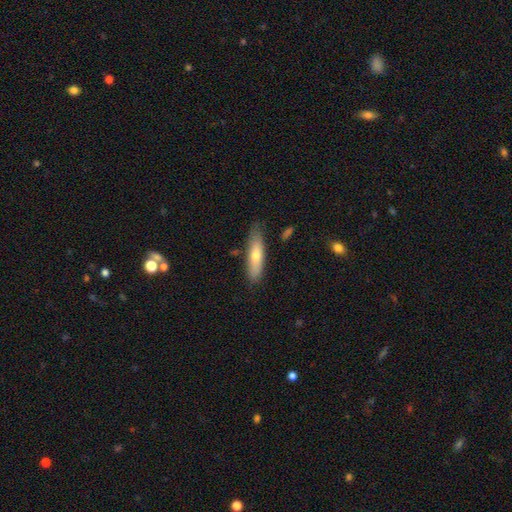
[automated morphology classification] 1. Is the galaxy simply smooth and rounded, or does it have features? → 58% smooth, 35% featured or disk, 7% star or artifact.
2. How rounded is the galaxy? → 74% cigar-shaped, 24% in between, 2% round.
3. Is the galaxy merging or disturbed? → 82% none, 14% minor disturbance, 3% major disturbance, 2% merger.